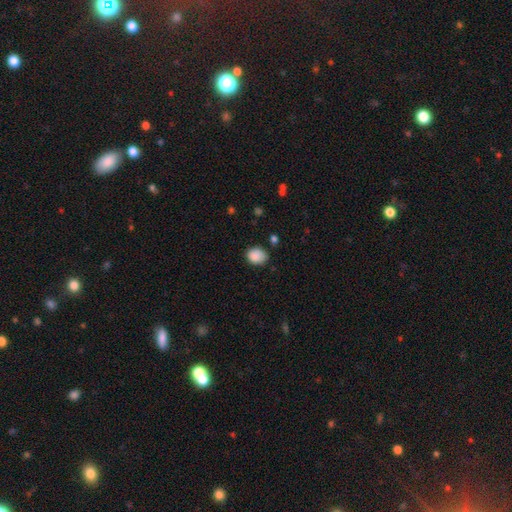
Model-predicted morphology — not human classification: A smooth galaxy with no disk features (88%) that is round (51%).

Vote fractions:
- Smooth or featured? smooth: 88% / star or artifact: 8% / featured or disk: 4%
- How rounded? round: 51% / in between: 48% / cigar-shaped: 1%
- Merging? none: 73% / minor disturbance: 21% / major disturbance: 4% / merger: 2%